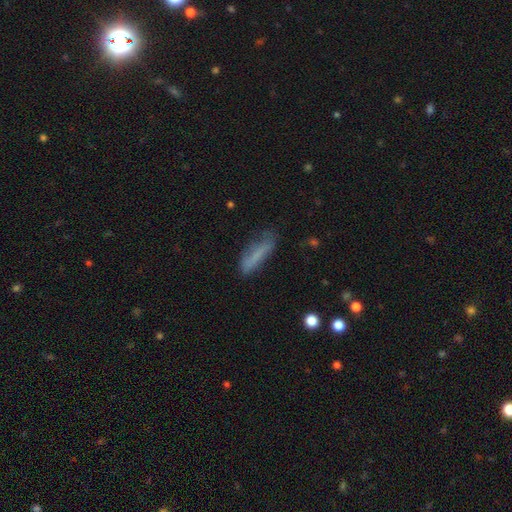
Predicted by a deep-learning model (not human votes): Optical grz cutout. It shows a smooth galaxy with no disk features (70%) that is cigar-shaped (73%). Merging: none (61%).